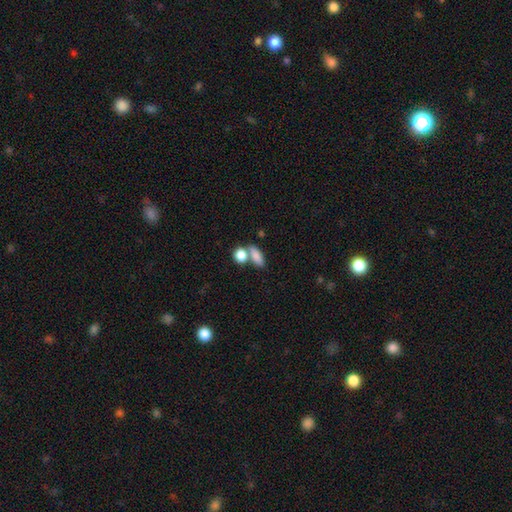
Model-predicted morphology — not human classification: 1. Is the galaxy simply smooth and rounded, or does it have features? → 82% smooth, 10% featured or disk, 8% star or artifact.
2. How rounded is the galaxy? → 71% in between, 17% round, 12% cigar-shaped.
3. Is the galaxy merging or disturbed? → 44% none, 41% merger, 10% minor disturbance, 5% major disturbance.